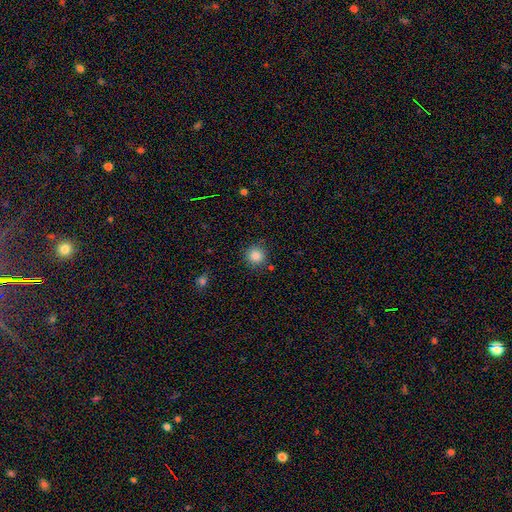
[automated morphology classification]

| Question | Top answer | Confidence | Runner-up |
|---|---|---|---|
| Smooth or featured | smooth | 86% | star or artifact (10%) |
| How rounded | round | 93% | in between (6%) |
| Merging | none | 83% | minor disturbance (11%) |